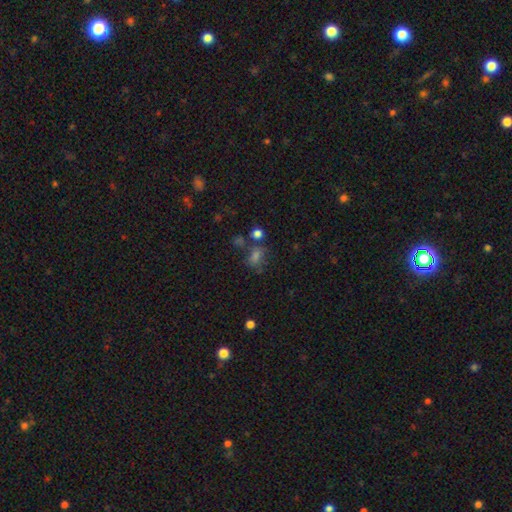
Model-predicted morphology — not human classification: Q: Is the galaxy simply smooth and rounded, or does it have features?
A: smooth — 60%.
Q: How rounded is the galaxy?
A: in between — 62%.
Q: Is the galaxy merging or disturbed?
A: none — 54%.